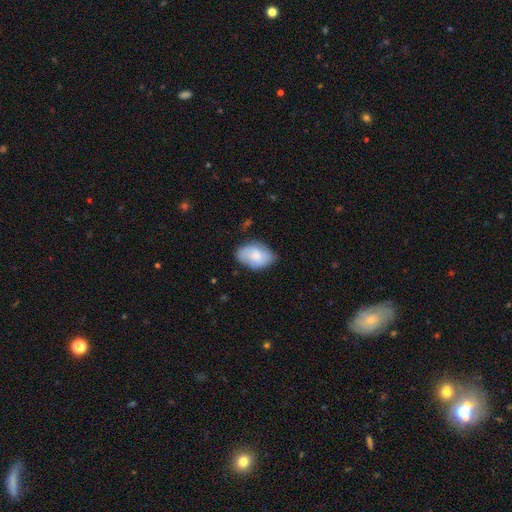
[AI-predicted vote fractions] smooth 70%, featured or disk 23%, star or artifact 7%. Down the decision tree: how rounded — in between (89%); merging — none (62%).